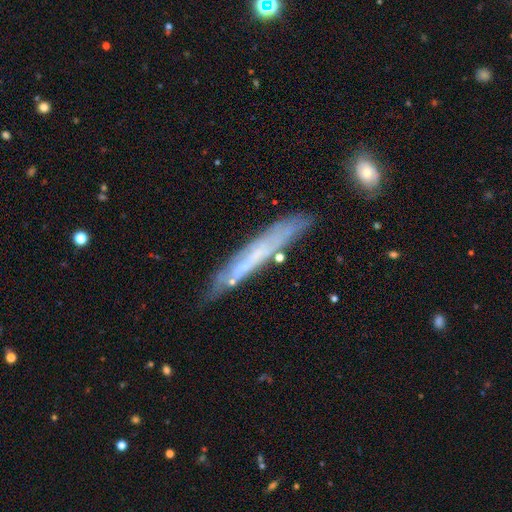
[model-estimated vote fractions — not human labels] The model was most divided on "smooth or featured": featured or disk: 58%, smooth: 34%, star or artifact: 8%. More confident: edge-on disk — yes (75%); merging — none (71%).